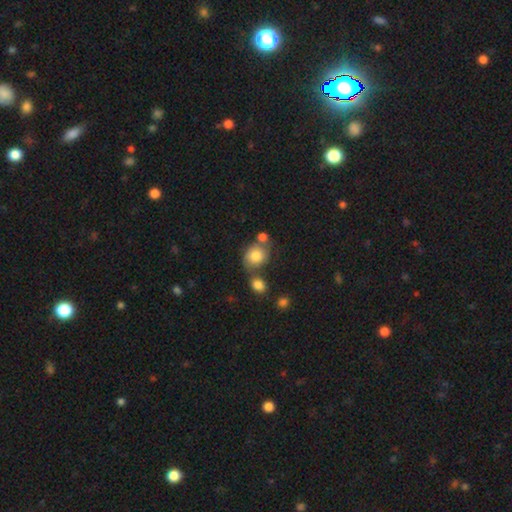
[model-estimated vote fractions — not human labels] Smooth or featured? smooth (78%)
How rounded? round (70%)
Merging? none (48%)